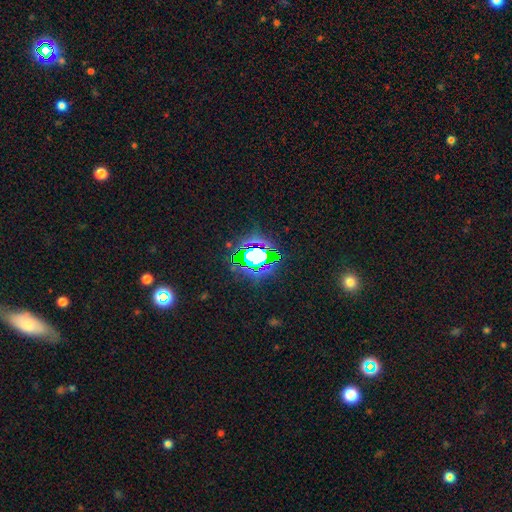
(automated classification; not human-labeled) Morphology: type=star or artifact (62%).